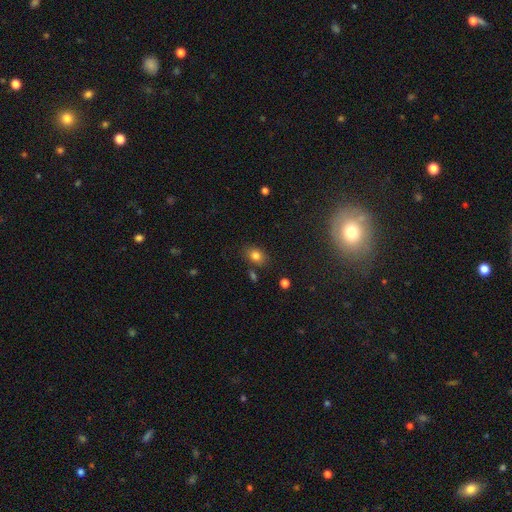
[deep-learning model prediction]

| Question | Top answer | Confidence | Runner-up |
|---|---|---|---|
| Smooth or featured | smooth | 78% | star or artifact (13%) |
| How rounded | in between | 68% | round (30%) |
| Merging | none | 79% | minor disturbance (12%) |